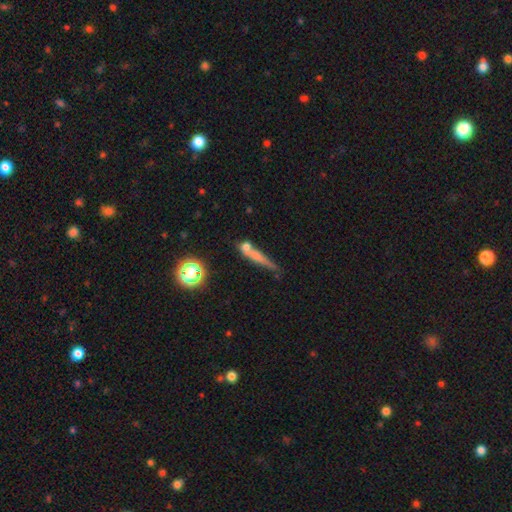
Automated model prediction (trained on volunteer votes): The model was most divided on "merging": none: 44%, merger: 28%, minor disturbance: 17%, major disturbance: 10%. More confident: how rounded — cigar-shaped (74%); smooth or featured — smooth (52%).